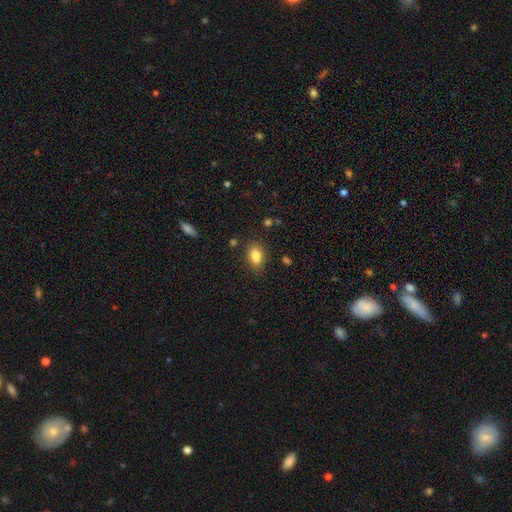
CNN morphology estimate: A smooth galaxy with no disk features (83%) that is in between round and cigar-shaped (82%). Merging: none (76%).